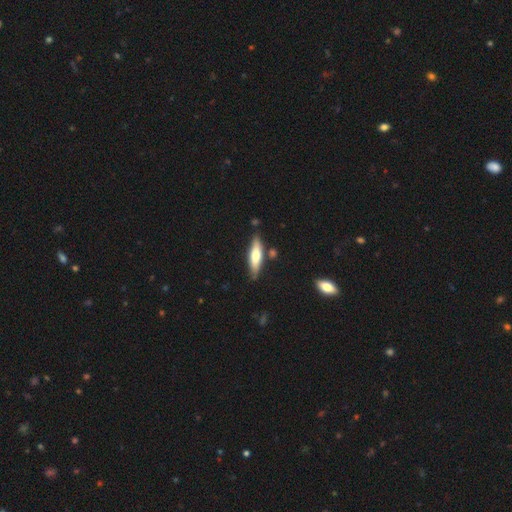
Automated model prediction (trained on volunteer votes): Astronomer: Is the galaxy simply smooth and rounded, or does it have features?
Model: smooth — 63%.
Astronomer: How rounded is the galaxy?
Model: cigar-shaped — 66%.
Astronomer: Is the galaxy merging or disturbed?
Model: none — 79%.